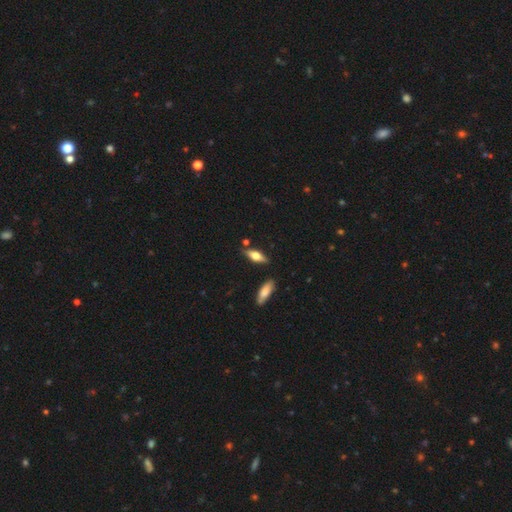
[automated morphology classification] type=smooth (47%); merging=none (81%).